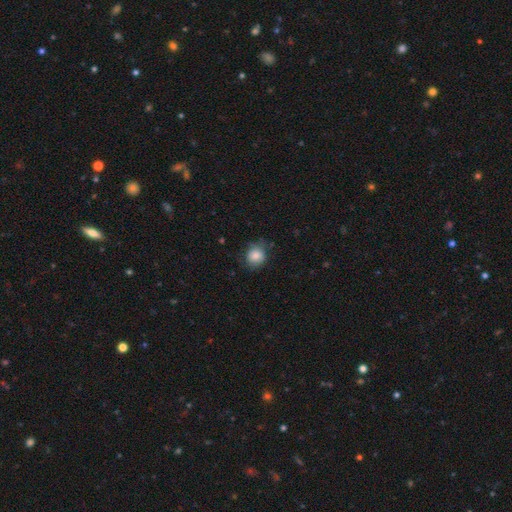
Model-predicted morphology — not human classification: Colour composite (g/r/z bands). It shows a smooth galaxy with no disk features (81%) that is round (78%). Merging: none (71%).